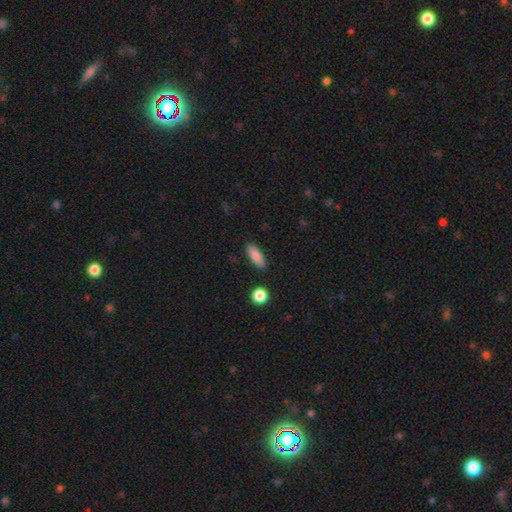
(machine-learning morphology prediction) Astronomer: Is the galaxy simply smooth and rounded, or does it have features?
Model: smooth — 86%.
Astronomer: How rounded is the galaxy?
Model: in between — 64%.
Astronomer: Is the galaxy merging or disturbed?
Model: none — 87%.